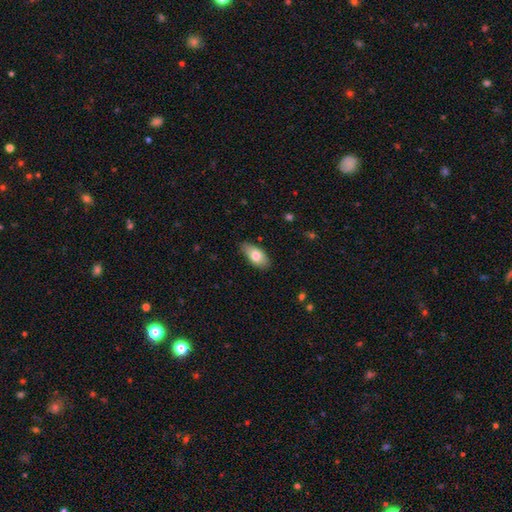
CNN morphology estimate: A smooth galaxy with no disk features (77%) that is in between round and cigar-shaped (90%).

Vote fractions:
- Smooth or featured? smooth: 77% / featured or disk: 16% / star or artifact: 6%
- How rounded? in between: 90% / cigar-shaped: 6% / round: 3%
- Merging? none: 82% / minor disturbance: 15% / major disturbance: 2% / merger: 1%